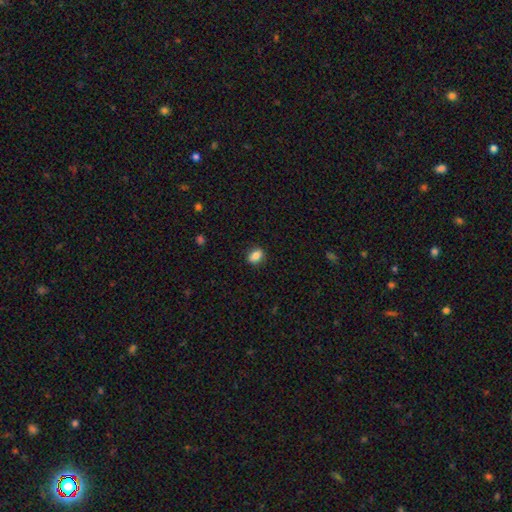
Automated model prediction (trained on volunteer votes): A smooth galaxy with no disk features (84%) that is in between round and cigar-shaped (66%). Merging: none (86%).